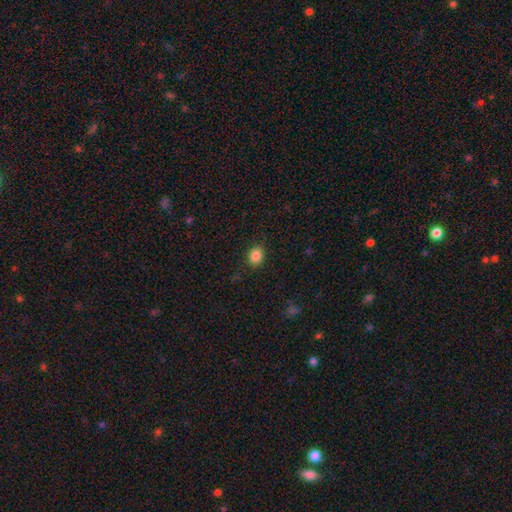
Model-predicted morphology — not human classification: This appears to be a smooth galaxy with no disk features (86%) that is round (57%). Merging: none (86%).